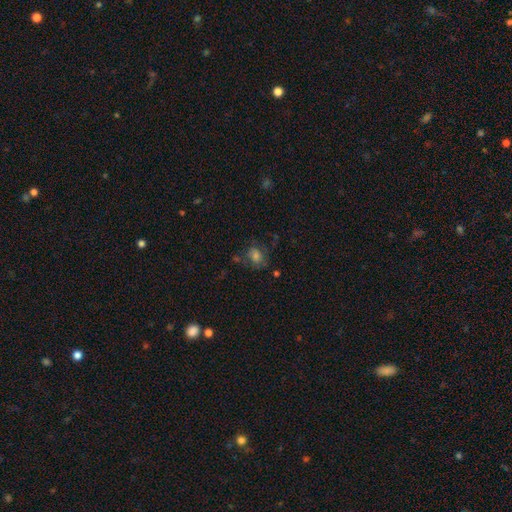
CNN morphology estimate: smooth 59%, featured or disk 25%, star or artifact 16%. Down the decision tree: how rounded — in between (51%); merging — none (56%).